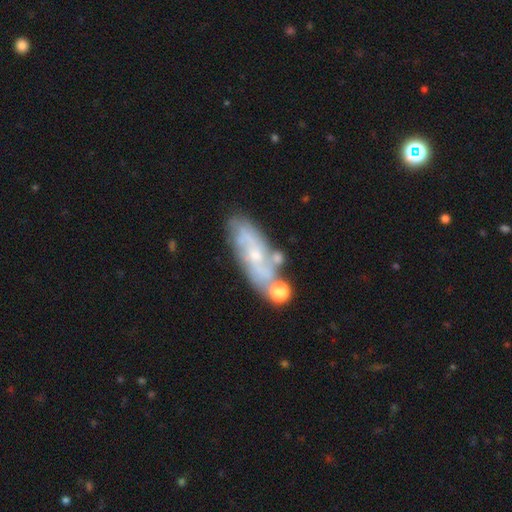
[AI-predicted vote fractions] Smooth or featured? Predicted: featured or disk (p=0.70). Edge-on disk? Predicted: no (p=0.87). Bar? Predicted: no (p=0.68). Spiral arms? Predicted: yes (p=0.81). Bulge size? Predicted: small (p=0.70). Merging? Predicted: none (p=0.59).